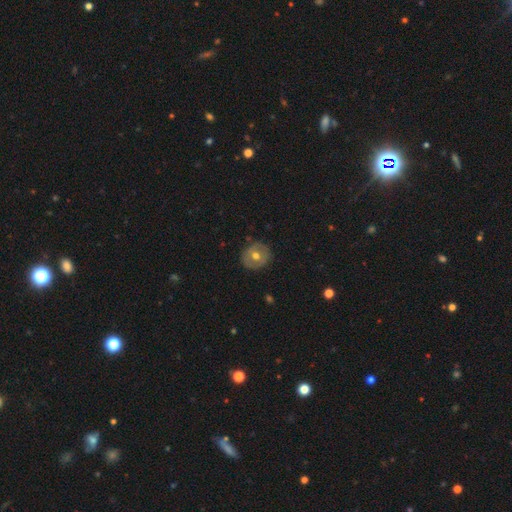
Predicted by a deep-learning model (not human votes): This appears to be a smooth galaxy with no disk features (55%) that is round (86%). Merging: none (86%).